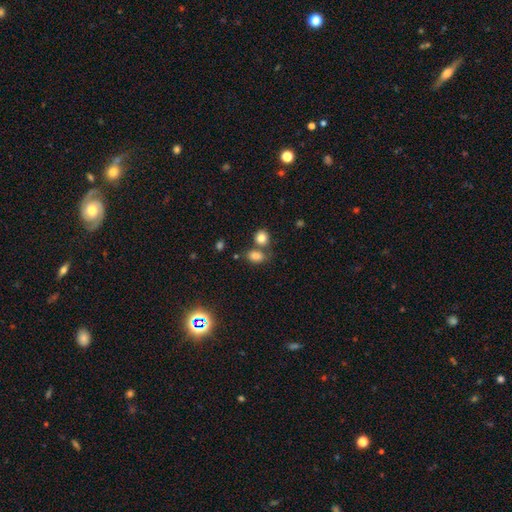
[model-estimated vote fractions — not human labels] This appears to be a smooth galaxy with no disk features (81%) that is in between round and cigar-shaped (74%). Merging: none (54%).